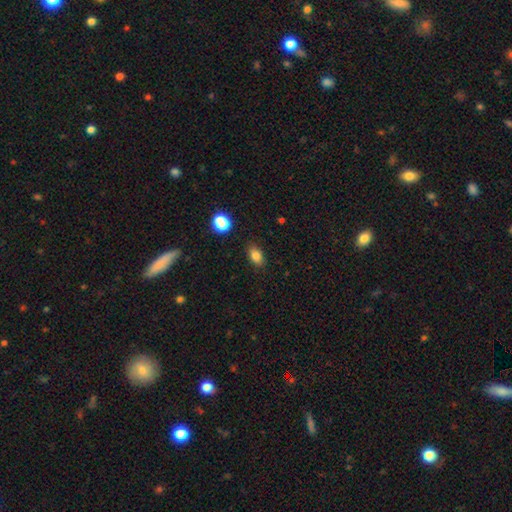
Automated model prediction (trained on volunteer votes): This is clearly a smooth galaxy (83%). How rounded: clearly in between (83%). Merging: clearly none (86%).